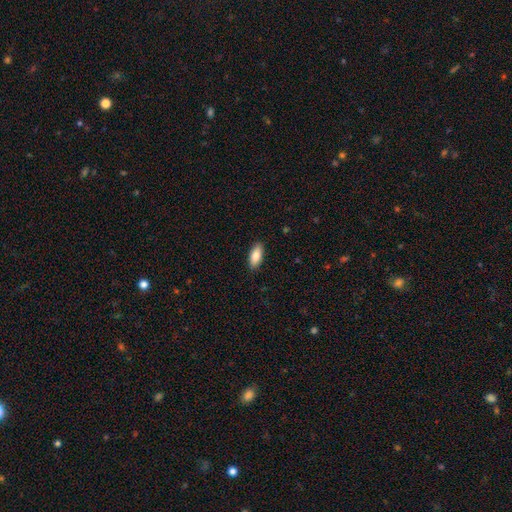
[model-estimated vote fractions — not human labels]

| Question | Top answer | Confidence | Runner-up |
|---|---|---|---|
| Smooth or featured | smooth | 85% | featured or disk (9%) |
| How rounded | in between | 85% | cigar-shaped (13%) |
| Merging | none | 89% | minor disturbance (8%) |